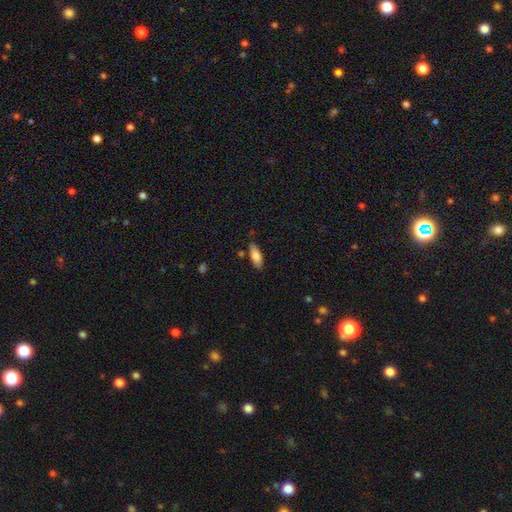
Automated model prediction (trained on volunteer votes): Morphology: type=smooth (80%); roundness=in between (68%); merging=none (79%).